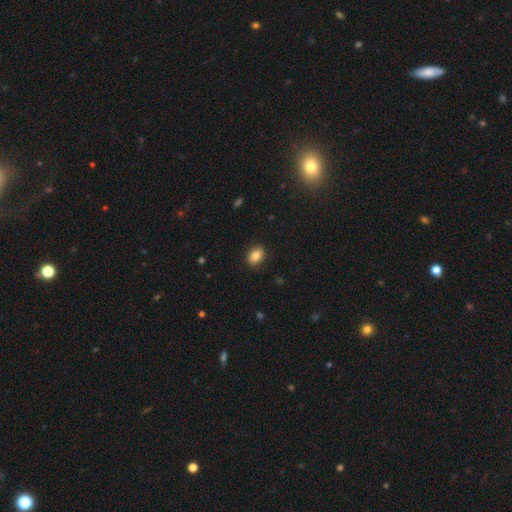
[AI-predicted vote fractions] Smooth or featured? smooth (83%)
How rounded? in between (70%)
Merging? none (88%)